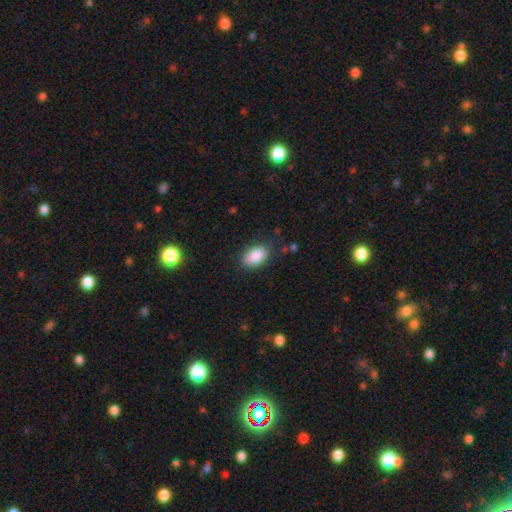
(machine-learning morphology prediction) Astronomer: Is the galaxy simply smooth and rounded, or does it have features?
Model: smooth — 88%.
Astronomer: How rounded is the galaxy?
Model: in between — 89%.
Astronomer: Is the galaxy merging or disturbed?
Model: none — 81%.